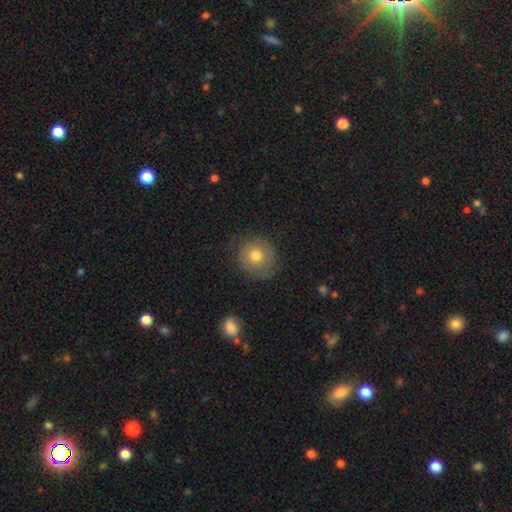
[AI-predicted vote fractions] Smooth or featured? smooth (68%)
How rounded? round (91%)
Merging? none (73%)